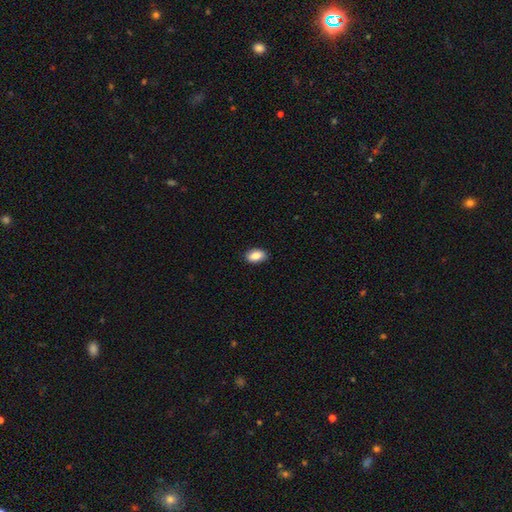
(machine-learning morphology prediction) smooth_or_featured: smooth (p=0.87) [alt: star or artifact p=0.07]
how_rounded: in between (p=0.90) [alt: round p=0.09]
merging: none (p=0.88) [alt: minor disturbance p=0.09]